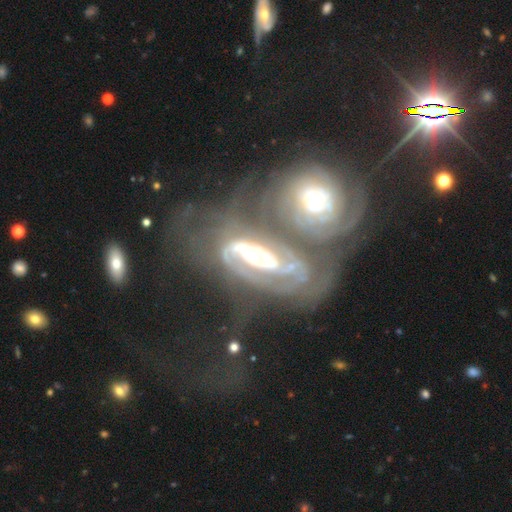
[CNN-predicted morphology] smooth_or_featured: featured or disk (p=0.85) [alt: smooth p=0.09]
disk_edge_on: no (p=0.90) [alt: yes p=0.10]
bar: no (p=0.40) [alt: strong p=0.32]
has_spiral_arms: yes (p=0.84) [alt: no p=0.16]
spiral_winding: tight (p=0.55) [alt: medium p=0.31]
spiral_arm_count: 2 (p=0.42) [alt: can't tell p=0.36]
bulge_size: moderate (p=0.64) [alt: large p=0.17]
merging: merger (p=0.63) [alt: major disturbance p=0.16]